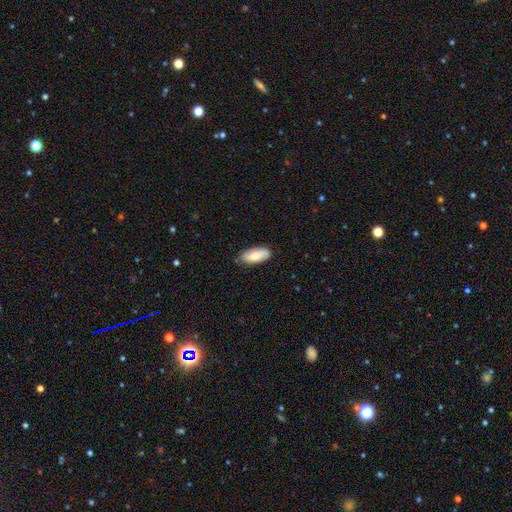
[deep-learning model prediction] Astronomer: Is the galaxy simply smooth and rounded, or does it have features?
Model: smooth — 80%.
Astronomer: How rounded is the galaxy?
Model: in between — 87%.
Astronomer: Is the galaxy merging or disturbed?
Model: none — 80%.